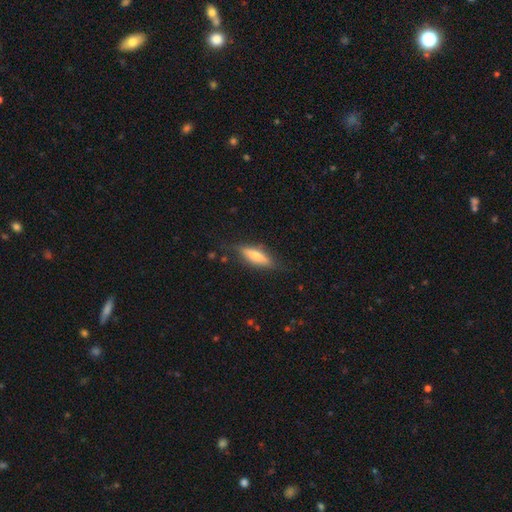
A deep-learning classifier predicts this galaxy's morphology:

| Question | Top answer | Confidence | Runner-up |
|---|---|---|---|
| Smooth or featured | smooth | 52% | featured or disk (41%) |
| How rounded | cigar-shaped | 65% | in between (32%) |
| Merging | none | 77% | minor disturbance (17%) |